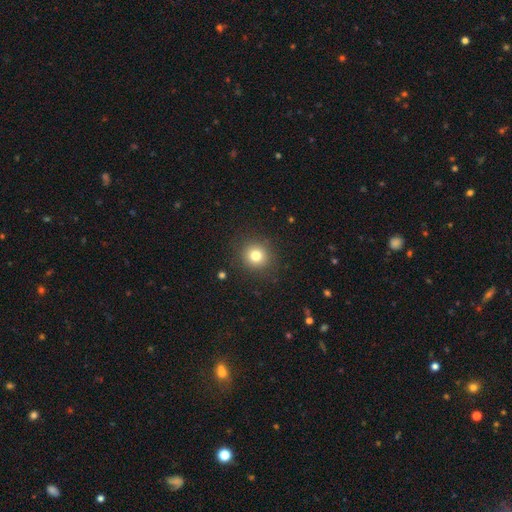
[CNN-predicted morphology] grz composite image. It shows a smooth galaxy with no disk features (79%) that is round (90%). Merging: none (88%).